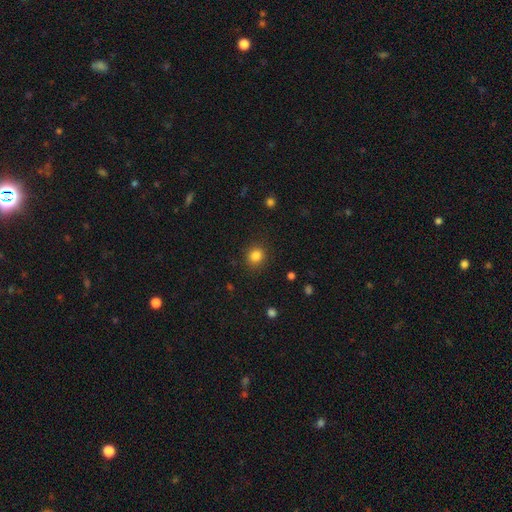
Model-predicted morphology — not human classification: A smooth galaxy with no disk features (84%) that is round (83%). Merging: none (88%).